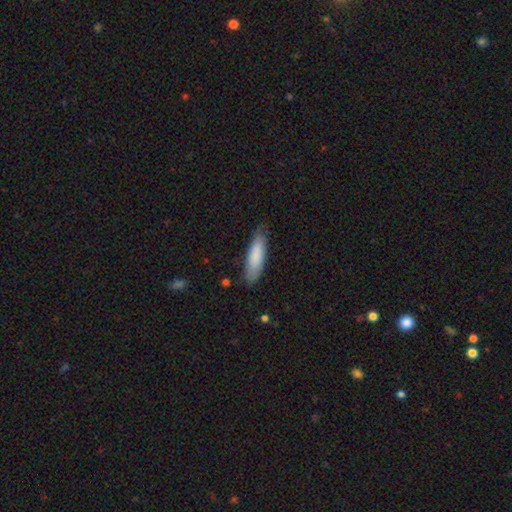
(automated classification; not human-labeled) smooth 82%, featured or disk 12%, star or artifact 5%. Down the decision tree: how rounded — cigar-shaped (59%); merging — none (77%).